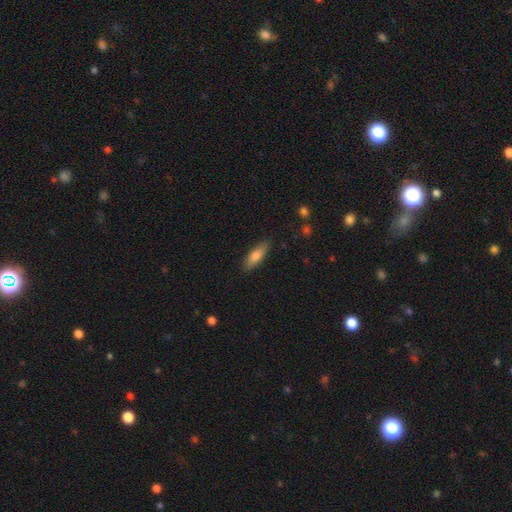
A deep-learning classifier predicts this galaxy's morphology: This appears to be a smooth galaxy with no disk features (76%) that is in between round and cigar-shaped (51%). Merging: none (86%).